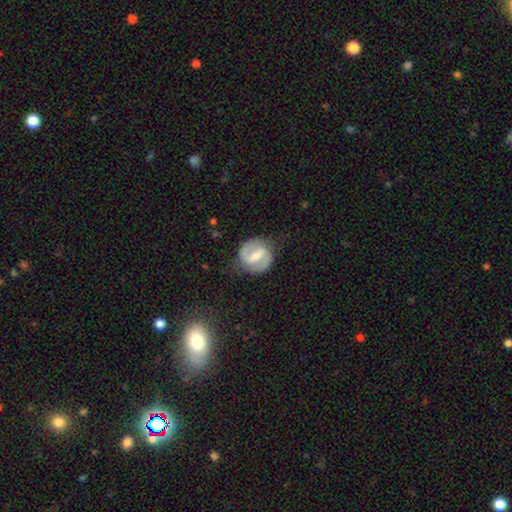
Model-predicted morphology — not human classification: smooth_or_featured: featured or disk (p=0.83) [alt: smooth p=0.13]
disk_edge_on: no (p=0.98) [alt: yes p=0.02]
bar: strong (p=0.51) [alt: weak p=0.39]
has_spiral_arms: yes (p=0.93) [alt: no p=0.07]
spiral_winding: medium (p=0.53) [alt: tight p=0.27]
spiral_arm_count: 2 (p=0.92) [alt: can't tell p=0.04]
bulge_size: moderate (p=0.44) [alt: small p=0.43]
merging: none (p=0.78) [alt: minor disturbance p=0.15]